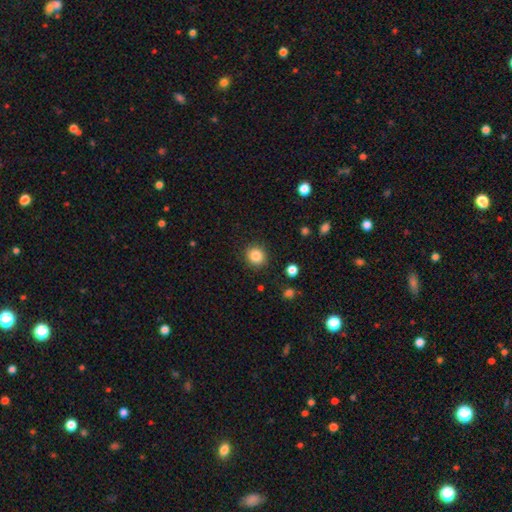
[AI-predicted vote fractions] A smooth galaxy with no disk features (85%) that is round (89%).

Vote fractions:
- Smooth or featured? smooth: 85% / star or artifact: 10% / featured or disk: 5%
- How rounded? round: 89% / in between: 10% / cigar-shaped: 1%
- Merging? none: 90% / minor disturbance: 6% / major disturbance: 2% / merger: 1%